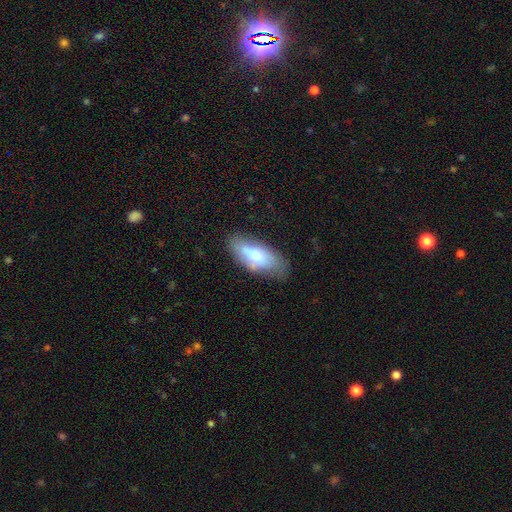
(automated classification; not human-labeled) Smooth or featured: smooth — 64% (featured or disk — 29%)
How rounded: in between — 84% (cigar-shaped — 13%)
Merging: none — 60% (minor disturbance — 28%)